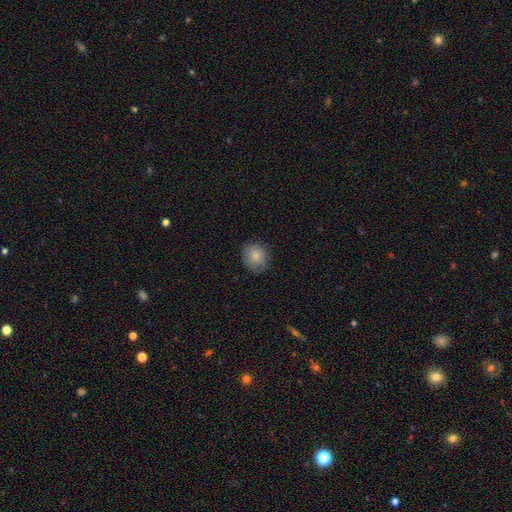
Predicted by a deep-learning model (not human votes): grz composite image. It shows a smooth galaxy with no disk features (80%) that is round (72%). Merging: none (80%).